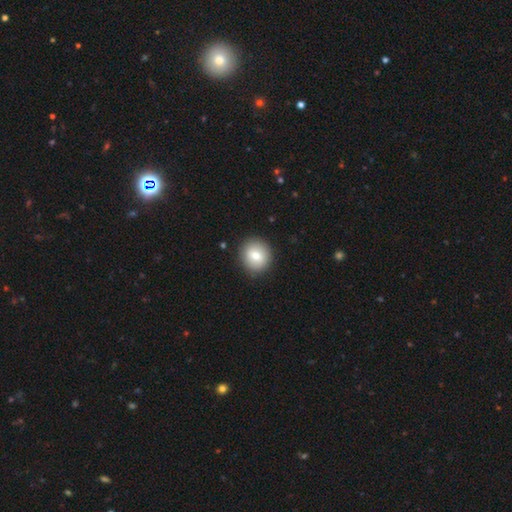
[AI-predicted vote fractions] Smooth or featured?
  - smooth: 78% *
  - featured or disk: 14%
  - star or artifact: 9%
How rounded?
  - round: 88% *
  - in between: 11%
  - cigar-shaped: 1%
Merging?
  - none: 90% *
  - minor disturbance: 7%
  - major disturbance: 2%
  - merger: 1%